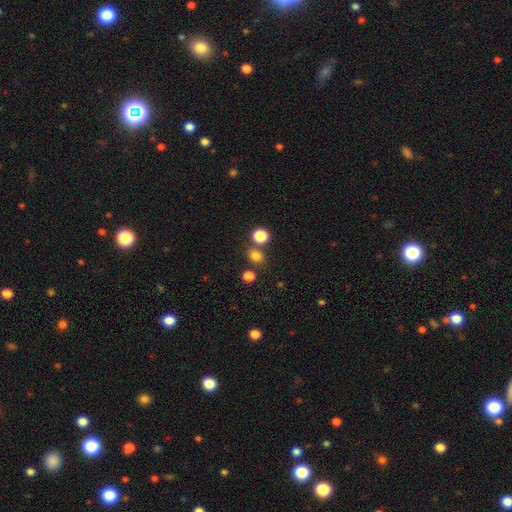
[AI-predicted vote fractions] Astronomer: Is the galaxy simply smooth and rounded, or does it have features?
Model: smooth — 78%.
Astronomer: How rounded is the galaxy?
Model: round — 70%.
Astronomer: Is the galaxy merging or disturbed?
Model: none — 74%.